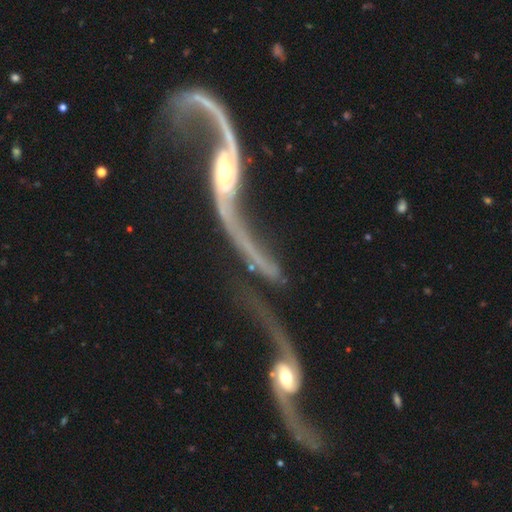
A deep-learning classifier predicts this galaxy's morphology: smooth_or_featured: featured or disk (p=0.88) [alt: star or artifact p=0.06]
disk_edge_on: no (p=0.88) [alt: yes p=0.12]
bar: no (p=0.50) [alt: weak p=0.26]
has_spiral_arms: yes (p=0.92) [alt: no p=0.08]
spiral_winding: loose (p=0.93) [alt: medium p=0.05]
spiral_arm_count: 2 (p=0.92) [alt: 1 p=0.03]
bulge_size: small (p=0.48) [alt: moderate p=0.40]
merging: merger (p=0.45) [alt: major disturbance p=0.22]